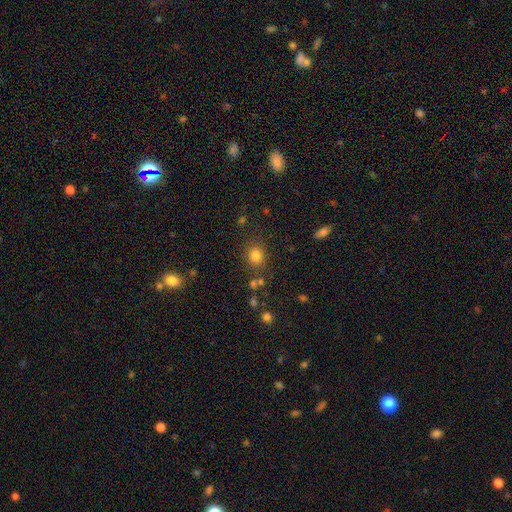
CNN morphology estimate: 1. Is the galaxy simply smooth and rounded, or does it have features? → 80% smooth, 14% star or artifact, 6% featured or disk.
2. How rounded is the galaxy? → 75% round, 24% in between, 1% cigar-shaped.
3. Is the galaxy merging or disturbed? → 80% none, 10% minor disturbance, 5% merger, 4% major disturbance.